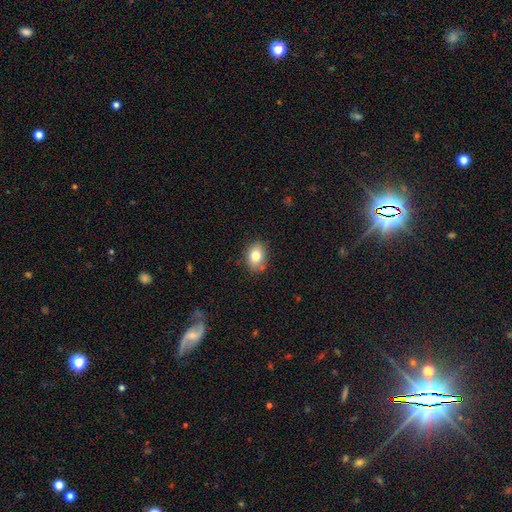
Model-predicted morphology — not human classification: Overall: smooth (80%). How rounded: in between (67%; round 32%). Merging: none (82%).